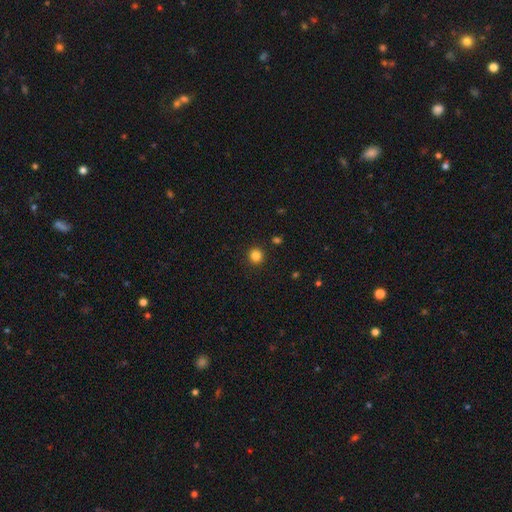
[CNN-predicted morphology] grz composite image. It shows a smooth galaxy with no disk features (83%) that is round (95%). Merging: none (92%).